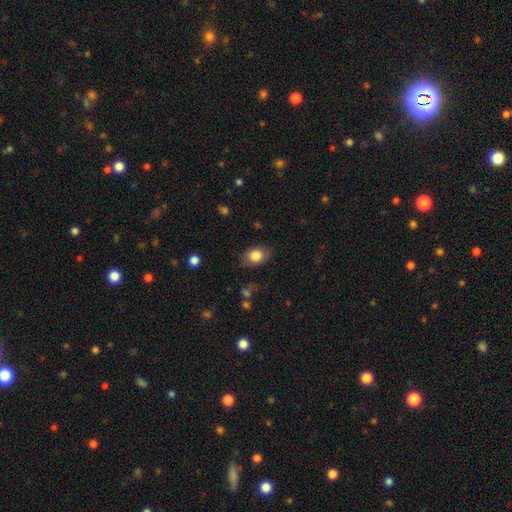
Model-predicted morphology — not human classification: Smooth or featured: smooth — 82% (featured or disk — 9%)
How rounded: in between — 69% (round — 30%)
Merging: none — 80% (minor disturbance — 15%)